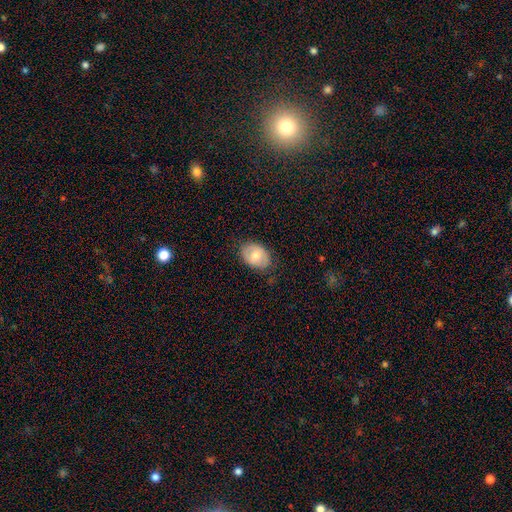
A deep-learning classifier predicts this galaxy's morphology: This appears to be a smooth galaxy with no disk features (72%) that is in between round and cigar-shaped (79%). Merging: none (77%).